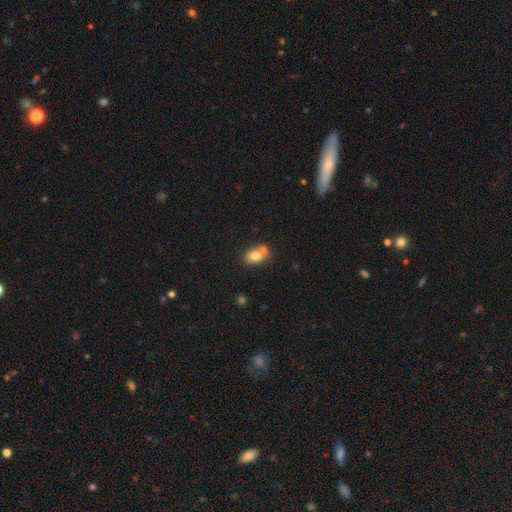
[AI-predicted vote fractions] Morphology: type=smooth (76%); roundness=in between (71%); merging=none (44%).